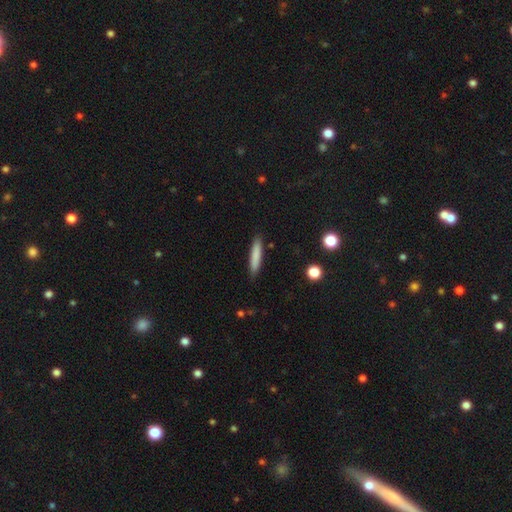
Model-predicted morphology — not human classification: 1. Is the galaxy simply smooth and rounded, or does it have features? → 81% smooth, 13% featured or disk, 6% star or artifact.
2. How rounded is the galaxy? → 89% cigar-shaped, 10% in between, 1% round.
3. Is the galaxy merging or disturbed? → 88% none, 9% minor disturbance, 2% major disturbance, 1% merger.